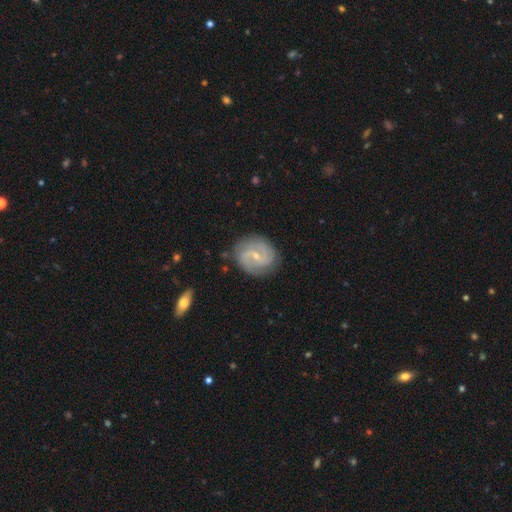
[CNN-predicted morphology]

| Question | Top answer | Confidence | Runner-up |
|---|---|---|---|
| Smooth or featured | featured or disk | 84% | smooth (11%) |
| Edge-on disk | no | 98% | yes (2%) |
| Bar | weak | 55% | no (30%) |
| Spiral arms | yes | 96% | no (4%) |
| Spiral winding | medium | 50% | tight (31%) |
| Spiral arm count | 2 | 84% | can't tell (6%) |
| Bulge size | small | 71% | moderate (25%) |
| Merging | none | 81% | minor disturbance (13%) |